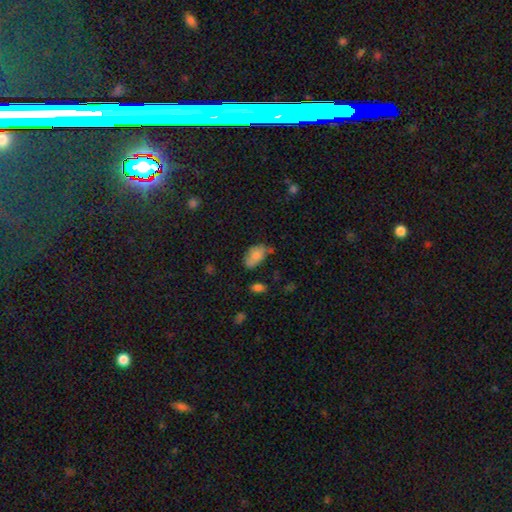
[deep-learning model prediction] smooth-or-featured: smooth: 76% | featured or disk: 15% | star or artifact: 8%
  how-rounded: in between: 89% | round: 9% | cigar-shaped: 2%
  merging: none: 48% | minor disturbance: 32% | major disturbance: 11% | merger: 9%